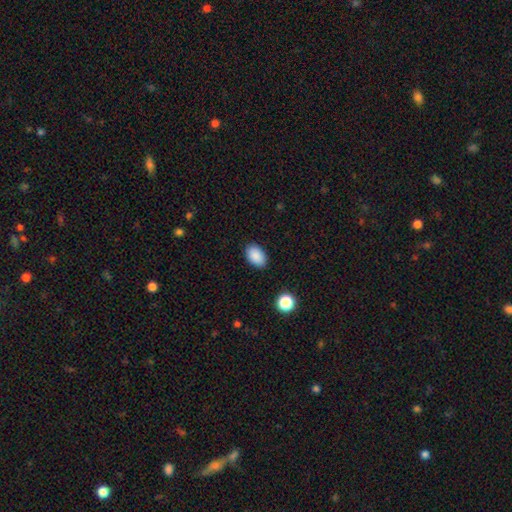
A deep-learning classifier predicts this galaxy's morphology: This appears to be a smooth galaxy with no disk features (89%) that is in between round and cigar-shaped (91%). Merging: none (88%).